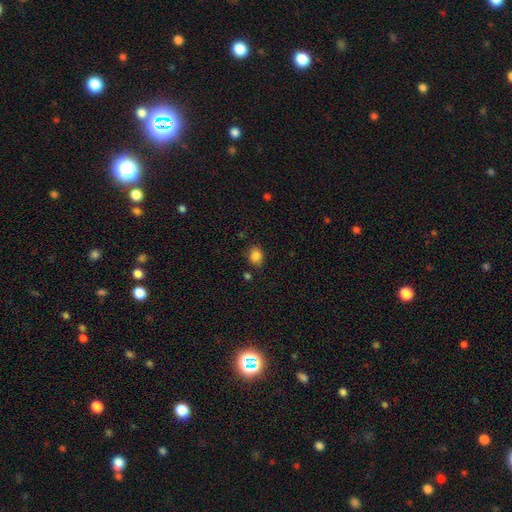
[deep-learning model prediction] Smooth or featured? smooth (84%)
How rounded? round (51%)
Merging? none (71%)